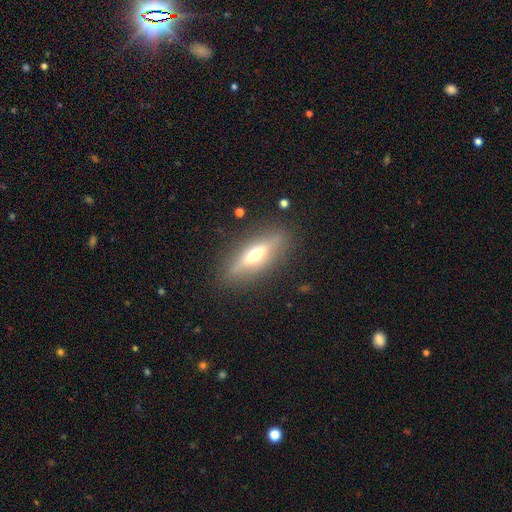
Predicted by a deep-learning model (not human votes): Smooth or featured? Predicted: featured or disk (p=0.59). Edge-on disk? Predicted: yes (p=0.88). Edge-on bulge? Predicted: rounded (p=0.90). Merging? Predicted: none (p=0.85).